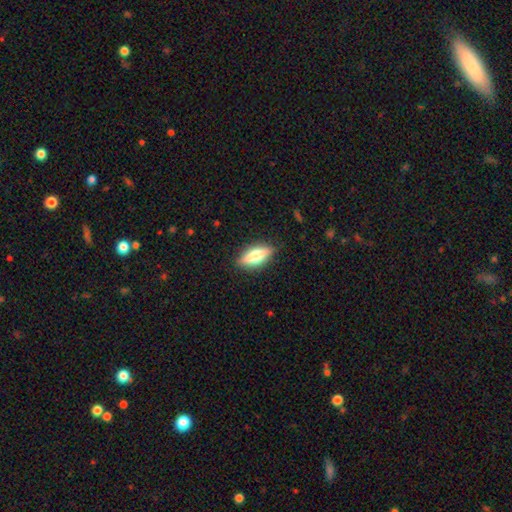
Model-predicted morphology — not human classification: smooth-or-featured: smooth: 57% | featured or disk: 36% | star or artifact: 7%
  how-rounded: in between: 64% | cigar-shaped: 33% | round: 3%
  merging: none: 86% | minor disturbance: 11% | major disturbance: 2% | merger: 1%